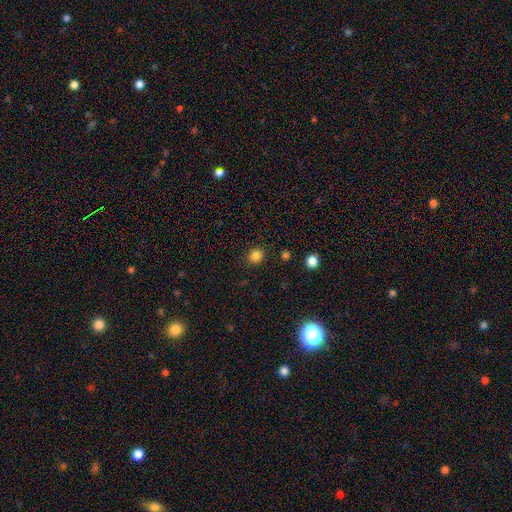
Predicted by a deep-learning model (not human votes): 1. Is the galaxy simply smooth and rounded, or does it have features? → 84% smooth, 13% star or artifact, 4% featured or disk.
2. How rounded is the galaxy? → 75% round, 24% in between, 1% cigar-shaped.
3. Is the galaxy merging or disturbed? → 89% none, 7% minor disturbance, 2% major disturbance, 2% merger.